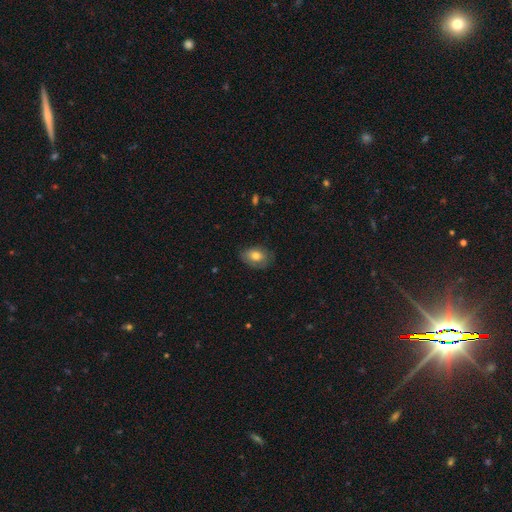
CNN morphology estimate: A smooth galaxy with no disk features (75%) that is in between round and cigar-shaped (80%).

Vote fractions:
- Smooth or featured? smooth: 75% / featured or disk: 17% / star or artifact: 8%
- How rounded? in between: 80% / round: 19% / cigar-shaped: 1%
- Merging? none: 74% / minor disturbance: 20% / major disturbance: 5% / merger: 1%